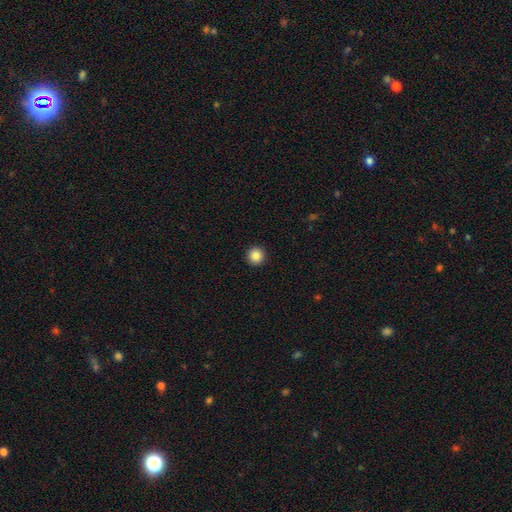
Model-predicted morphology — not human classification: This appears to be a smooth galaxy with no disk features (86%) that is round (96%). Merging: none (94%).